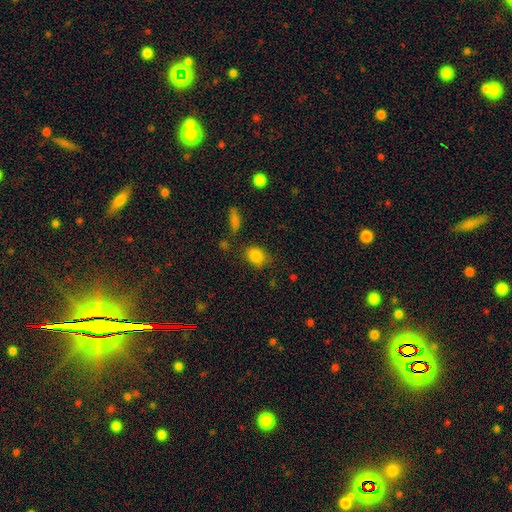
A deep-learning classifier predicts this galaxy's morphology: Smooth or featured?
  - smooth: 84% *
  - star or artifact: 10%
  - featured or disk: 6%
How rounded?
  - in between: 57% *
  - round: 41%
  - cigar-shaped: 2%
Merging?
  - none: 72% *
  - minor disturbance: 17%
  - merger: 6%
  - major disturbance: 6%